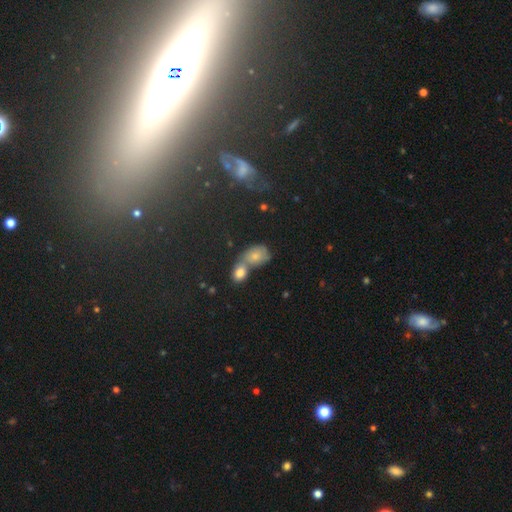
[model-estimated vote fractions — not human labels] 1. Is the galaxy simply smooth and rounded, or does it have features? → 68% smooth, 17% featured or disk, 15% star or artifact.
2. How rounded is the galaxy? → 69% in between, 28% round, 2% cigar-shaped.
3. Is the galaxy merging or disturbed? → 58% merger, 27% none, 10% minor disturbance, 5% major disturbance.